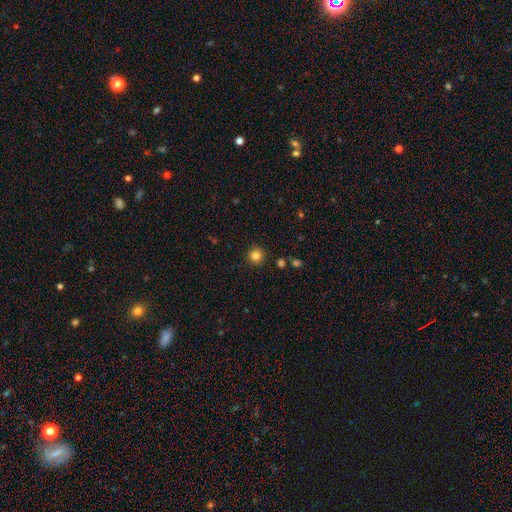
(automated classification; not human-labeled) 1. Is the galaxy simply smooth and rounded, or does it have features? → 82% smooth, 12% star or artifact, 5% featured or disk.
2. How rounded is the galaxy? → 94% round, 5% in between, 1% cigar-shaped.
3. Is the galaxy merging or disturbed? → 91% none, 6% minor disturbance, 2% major disturbance, 2% merger.